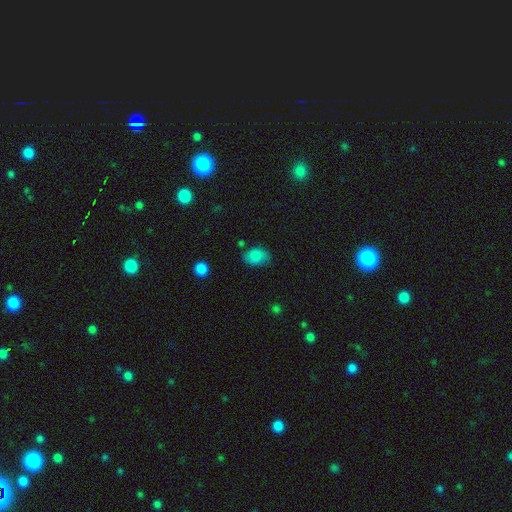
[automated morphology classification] Smooth or featured? smooth (84%)
How rounded? in between (78%)
Merging? none (67%)